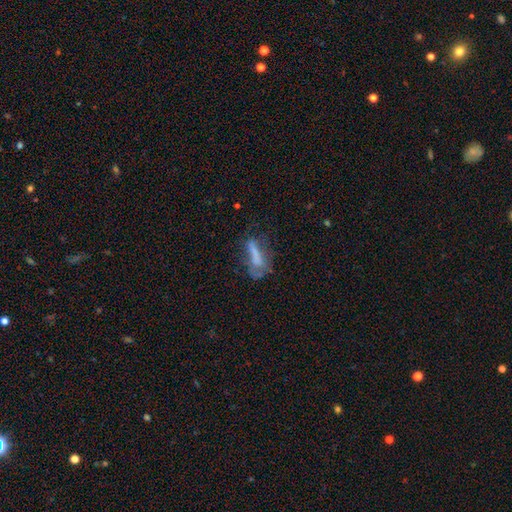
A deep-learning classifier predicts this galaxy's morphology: This appears to be a smooth galaxy with no disk features (50%). Merging: none (35%).